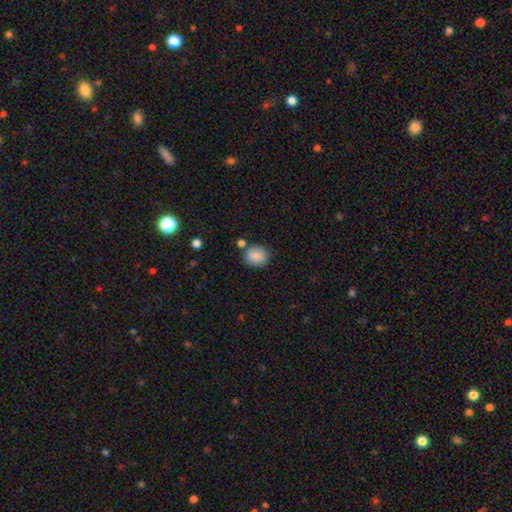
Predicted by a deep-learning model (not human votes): This is clearly a smooth galaxy (88%). How rounded: likely round (64%). Merging: likely none (75%).